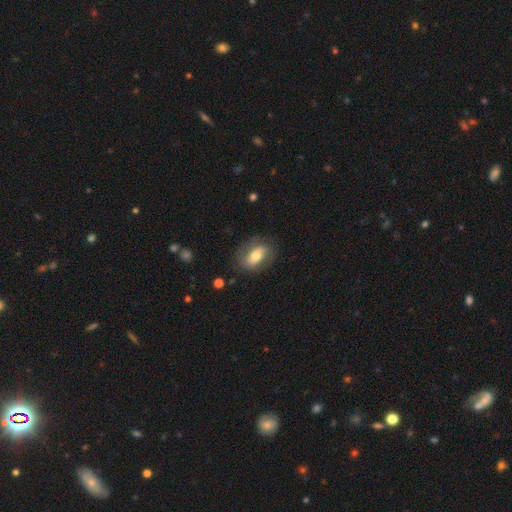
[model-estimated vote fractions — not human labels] A smooth galaxy with no disk features (56%) that is in between round and cigar-shaped (83%).

Vote fractions:
- Smooth or featured? smooth: 56% / featured or disk: 37% / star or artifact: 7%
- How rounded? in between: 83% / round: 12% / cigar-shaped: 5%
- Merging? none: 75% / minor disturbance: 16% / major disturbance: 7% / merger: 1%